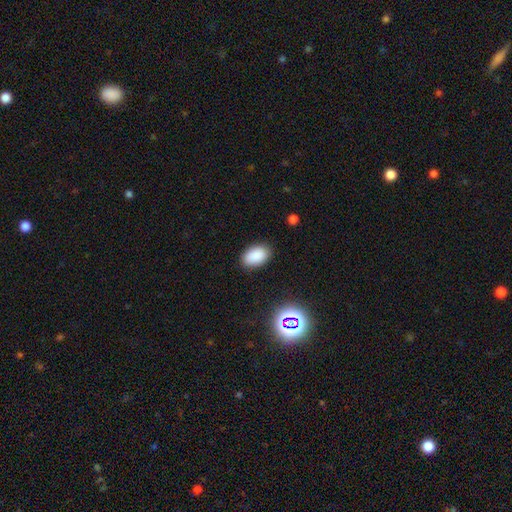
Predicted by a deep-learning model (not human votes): smooth 87%, star or artifact 9%, featured or disk 3%. Down the decision tree: how rounded — in between (91%); merging — none (86%).